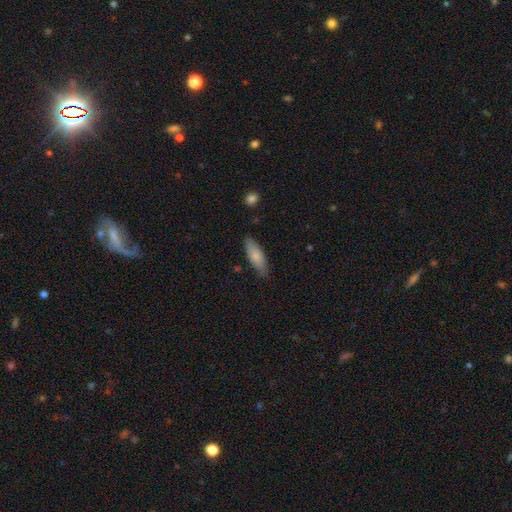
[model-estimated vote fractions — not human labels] Q: Smooth or featured?
A: smooth (79%); runner-up: featured or disk (16%)
Q: How rounded?
A: in between (58%); runner-up: cigar-shaped (40%)
Q: Merging?
A: none (81%); runner-up: minor disturbance (15%)